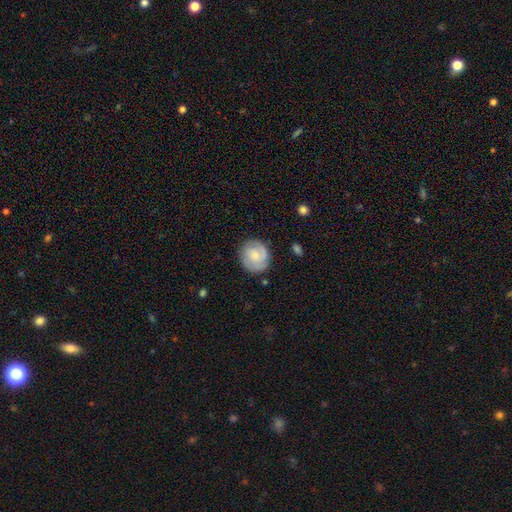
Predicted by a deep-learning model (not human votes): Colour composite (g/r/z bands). It shows a featured or disk galaxy (54%) with no bar (67%), spiral arms (88%) and a small central bulge (51%). Merging: none (82%).